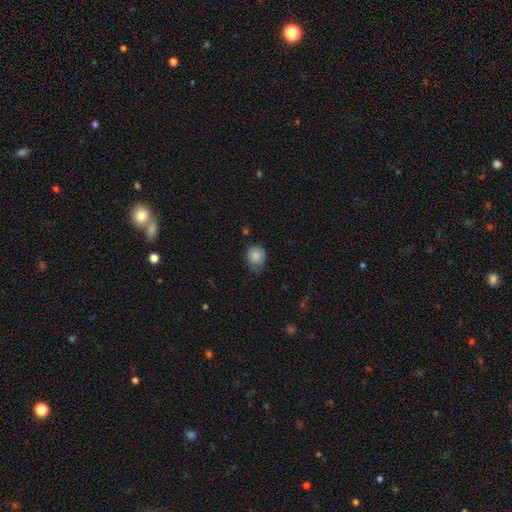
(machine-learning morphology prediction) Smooth or featured? Predicted: smooth (p=0.81). How rounded? Predicted: round (p=0.65). Merging? Predicted: none (p=0.50).